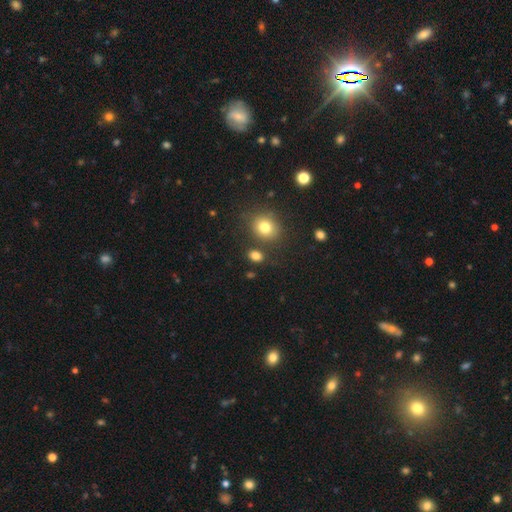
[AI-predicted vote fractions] Overall: smooth (81%). How rounded: in between (59%; round 39%). Merging: none (77%).